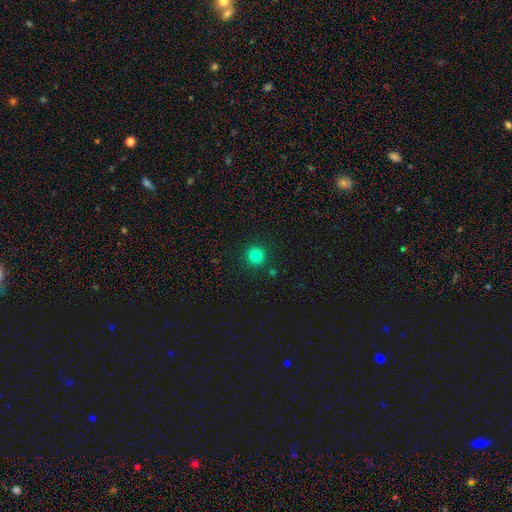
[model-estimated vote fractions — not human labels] Q: Smooth or featured?
A: smooth (82%); runner-up: star or artifact (14%)
Q: How rounded?
A: round (95%); runner-up: in between (4%)
Q: Merging?
A: none (90%); runner-up: minor disturbance (5%)